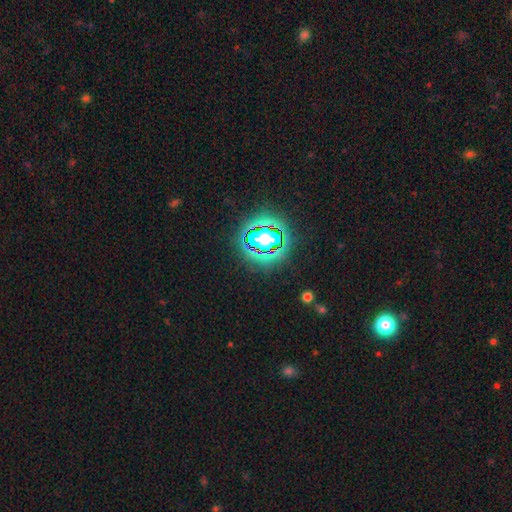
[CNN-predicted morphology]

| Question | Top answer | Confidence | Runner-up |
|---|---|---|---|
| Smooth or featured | star or artifact | 83% | smooth (11%) |